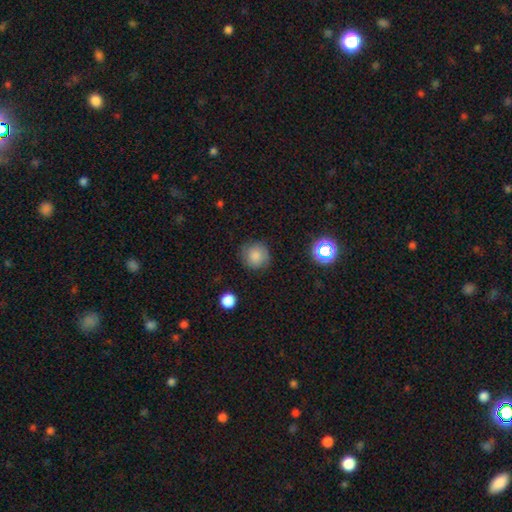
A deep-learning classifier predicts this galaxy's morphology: Smooth or featured?
  - smooth: 78% *
  - star or artifact: 12%
  - featured or disk: 10%
How rounded?
  - round: 92% *
  - in between: 7%
  - cigar-shaped: 1%
Merging?
  - none: 80% *
  - minor disturbance: 15%
  - major disturbance: 4%
  - merger: 1%